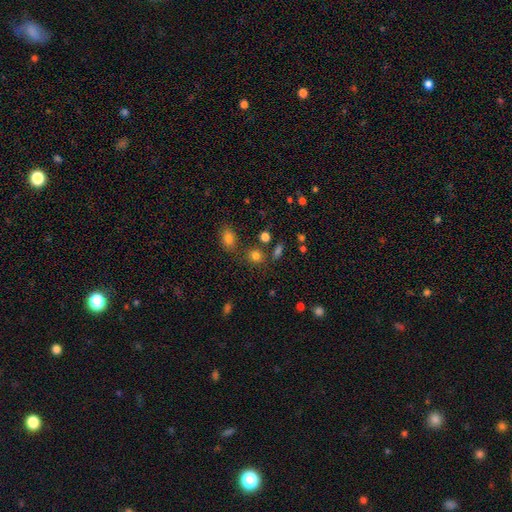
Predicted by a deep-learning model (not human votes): smooth_or_featured: smooth (p=0.80) [alt: star or artifact p=0.14]
how_rounded: round (p=0.75) [alt: in between p=0.24]
merging: none (p=0.75) [alt: merger p=0.11]